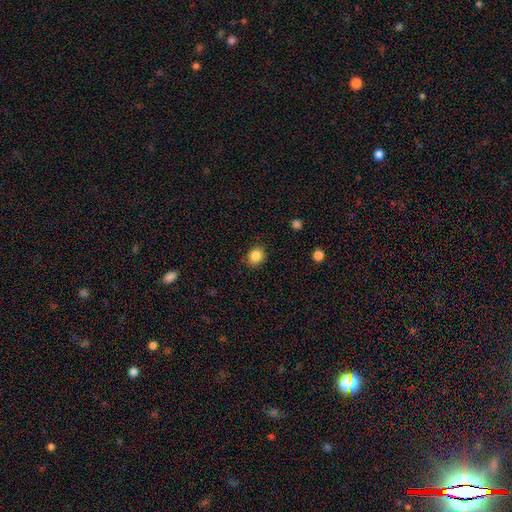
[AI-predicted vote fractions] A smooth galaxy with no disk features (85%) that is round (54%). Merging: none (85%).